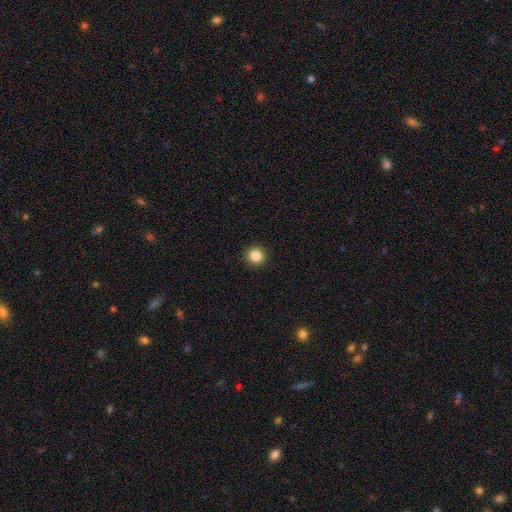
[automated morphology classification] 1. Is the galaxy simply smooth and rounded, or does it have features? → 86% smooth, 11% star or artifact, 3% featured or disk.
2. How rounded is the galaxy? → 95% round, 4% in between, 1% cigar-shaped.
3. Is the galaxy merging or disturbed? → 93% none, 5% minor disturbance, 2% major disturbance, 1% merger.